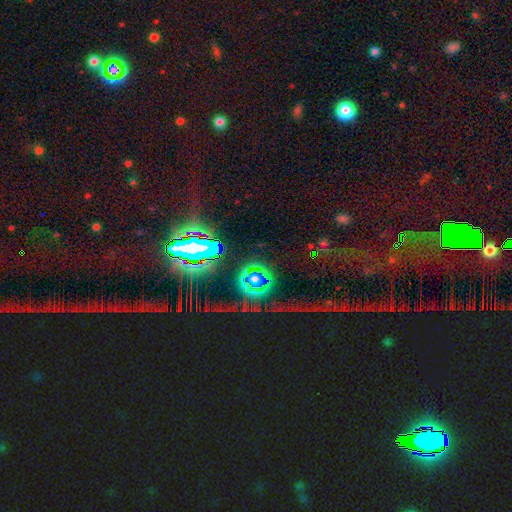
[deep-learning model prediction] A star or artifact, not a galaxy (83%).

Vote fractions:
- Smooth or featured? star or artifact: 83% / smooth: 9% / featured or disk: 8%